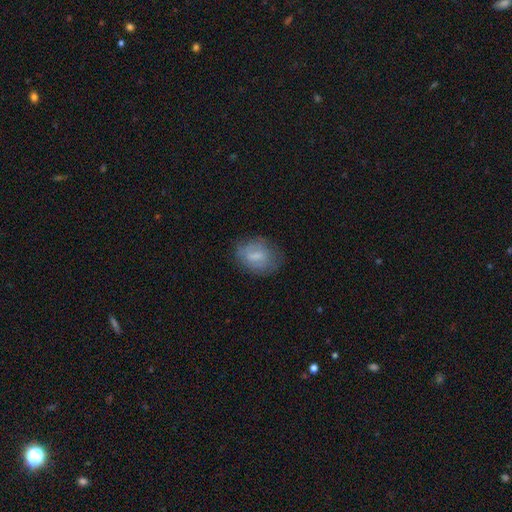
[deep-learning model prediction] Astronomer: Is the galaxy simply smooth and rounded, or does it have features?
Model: smooth — 59%.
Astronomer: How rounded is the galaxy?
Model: in between — 69%.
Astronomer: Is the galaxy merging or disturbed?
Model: none — 65%.